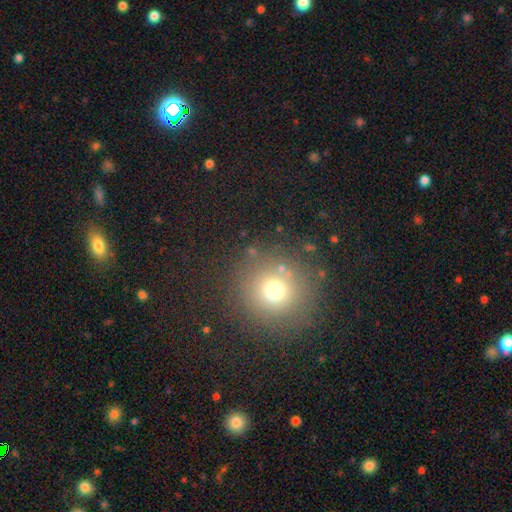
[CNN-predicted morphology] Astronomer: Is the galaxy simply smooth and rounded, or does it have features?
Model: smooth — 69%.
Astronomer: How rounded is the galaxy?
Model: round — 94%.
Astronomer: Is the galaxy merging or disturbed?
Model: none — 86%.